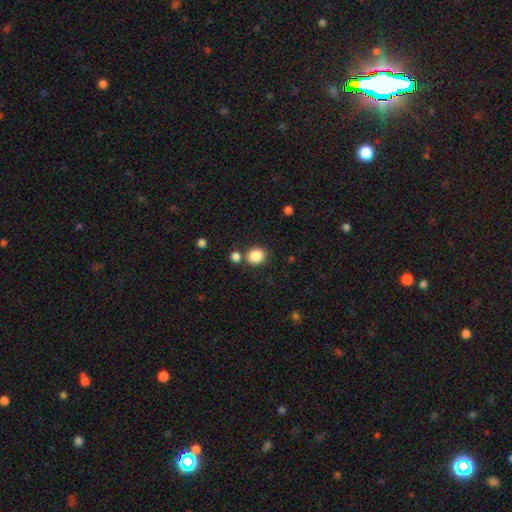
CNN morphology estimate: Smooth or featured?
  - smooth: 87% *
  - star or artifact: 10%
  - featured or disk: 4%
How rounded?
  - round: 78% *
  - in between: 21%
  - cigar-shaped: 1%
Merging?
  - none: 73% *
  - merger: 15%
  - minor disturbance: 9%
  - major disturbance: 3%